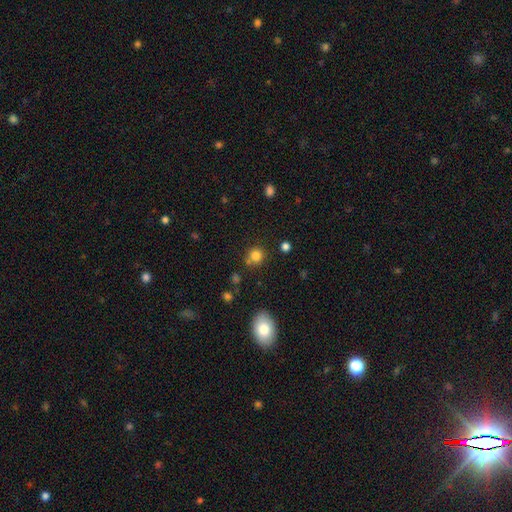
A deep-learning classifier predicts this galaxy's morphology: Overall: smooth (81%). How rounded: round (87%). Merging: none (72%).